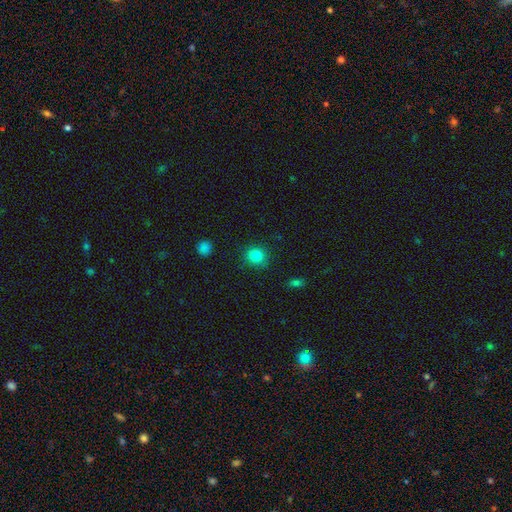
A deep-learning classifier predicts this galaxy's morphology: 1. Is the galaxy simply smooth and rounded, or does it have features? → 83% smooth, 12% star or artifact, 5% featured or disk.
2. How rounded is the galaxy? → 87% round, 12% in between, 1% cigar-shaped.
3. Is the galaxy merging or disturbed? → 88% none, 8% minor disturbance, 3% major disturbance, 1% merger.